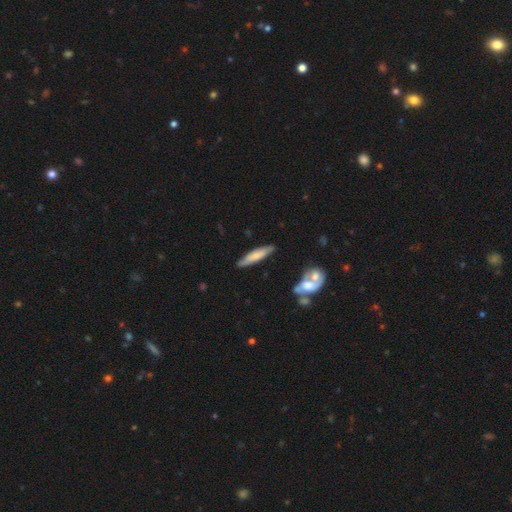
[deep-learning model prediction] Smooth or featured?
  - smooth: 64% *
  - featured or disk: 30%
  - star or artifact: 6%
How rounded?
  - cigar-shaped: 81% *
  - in between: 18%
  - round: 2%
Merging?
  - none: 81% *
  - minor disturbance: 13%
  - merger: 3%
  - major disturbance: 3%